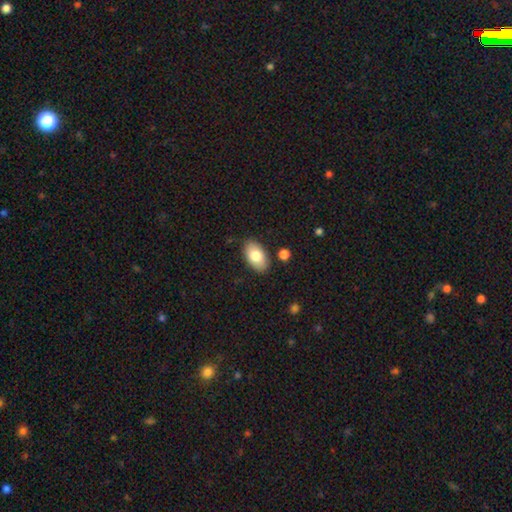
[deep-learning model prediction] Q: Smooth or featured?
A: smooth (79%); runner-up: featured or disk (15%)
Q: How rounded?
A: in between (93%); runner-up: round (5%)
Q: Merging?
A: none (84%); runner-up: minor disturbance (11%)